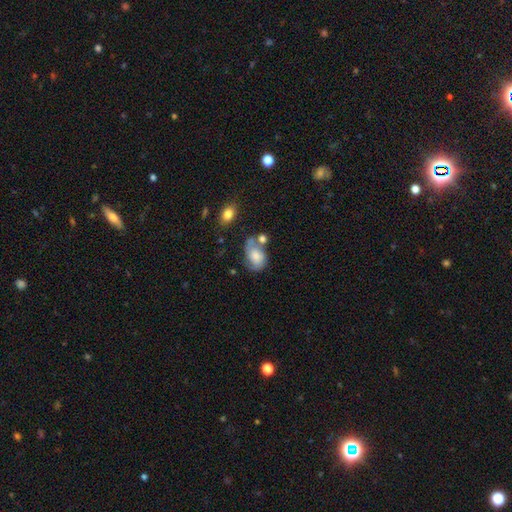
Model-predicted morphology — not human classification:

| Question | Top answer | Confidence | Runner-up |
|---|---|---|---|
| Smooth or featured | smooth | 54% | featured or disk (37%) |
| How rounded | in between | 81% | round (18%) |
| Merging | none | 38% | minor disturbance (26%) |